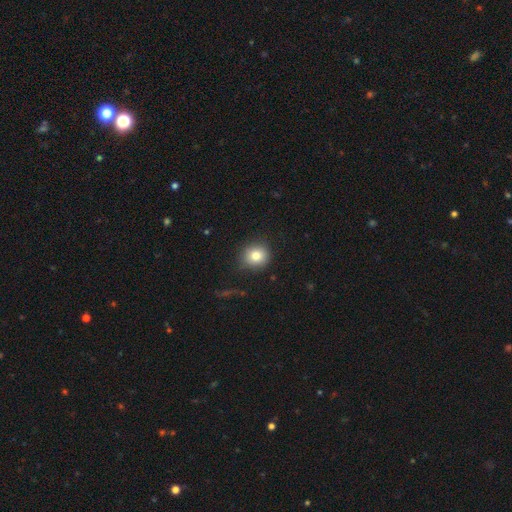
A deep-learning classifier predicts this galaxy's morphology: Smooth or featured?
  - smooth: 80% *
  - star or artifact: 11%
  - featured or disk: 9%
How rounded?
  - round: 87% *
  - in between: 12%
  - cigar-shaped: 1%
Merging?
  - none: 85% *
  - minor disturbance: 11%
  - major disturbance: 3%
  - merger: 1%